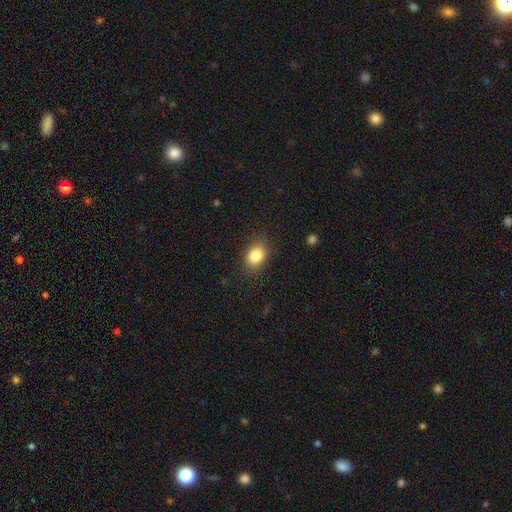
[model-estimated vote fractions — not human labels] Q: Smooth or featured?
A: smooth (85%); runner-up: star or artifact (9%)
Q: How rounded?
A: in between (65%); runner-up: round (34%)
Q: Merging?
A: none (83%); runner-up: minor disturbance (12%)